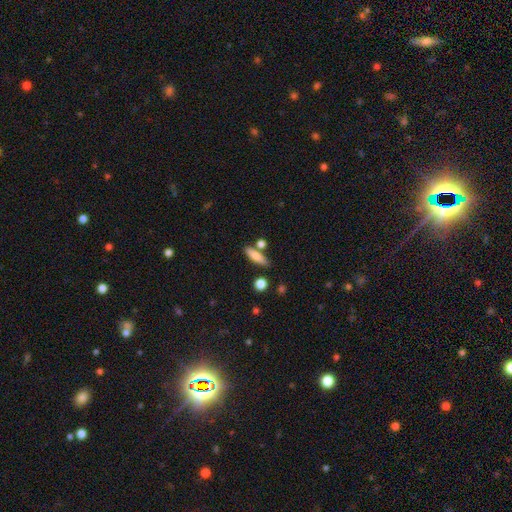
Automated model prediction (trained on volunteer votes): Morphology: type=smooth (76%); roundness=cigar-shaped (62%); merging=none (72%).